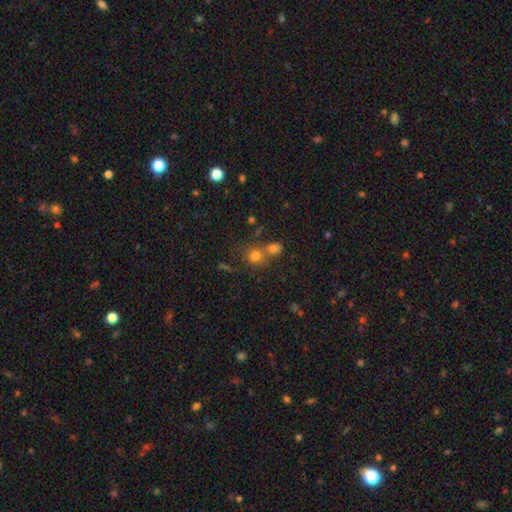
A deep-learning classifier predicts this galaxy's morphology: This appears to be a smooth galaxy with no disk features (69%) that is round (82%). Merging: none (51%).